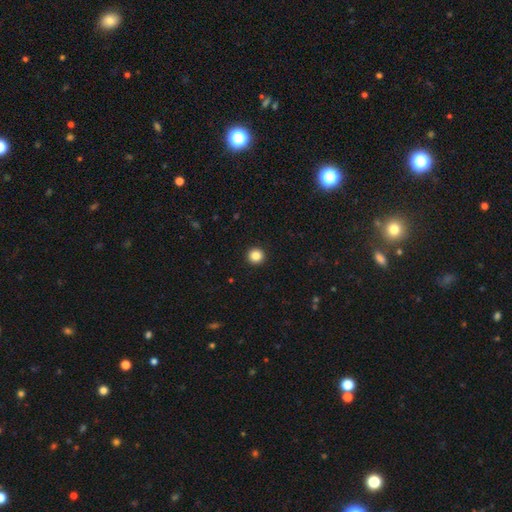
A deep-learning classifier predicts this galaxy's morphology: Overall: smooth (85%). How rounded: round (95%). Merging: none (94%).